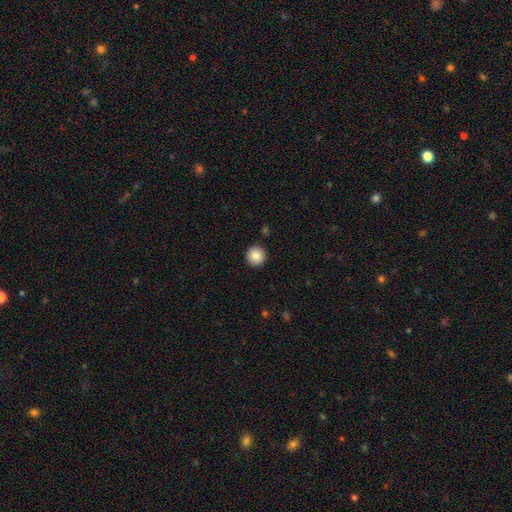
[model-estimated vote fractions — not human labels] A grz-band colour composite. It shows a smooth galaxy with no disk features (86%) that is round (95%). Merging: none (92%).